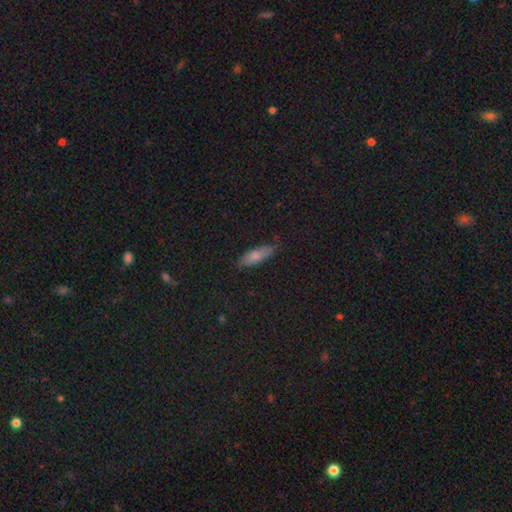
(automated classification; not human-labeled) smooth 74%, featured or disk 18%, star or artifact 8%. Down the decision tree: how rounded — in between (57%); merging — none (80%).